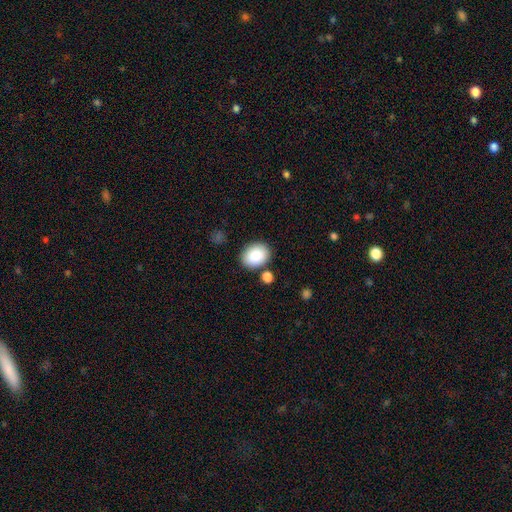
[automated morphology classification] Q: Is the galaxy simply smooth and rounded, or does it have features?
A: smooth — 88%.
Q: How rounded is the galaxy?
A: in between — 65%.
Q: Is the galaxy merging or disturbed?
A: none — 81%.